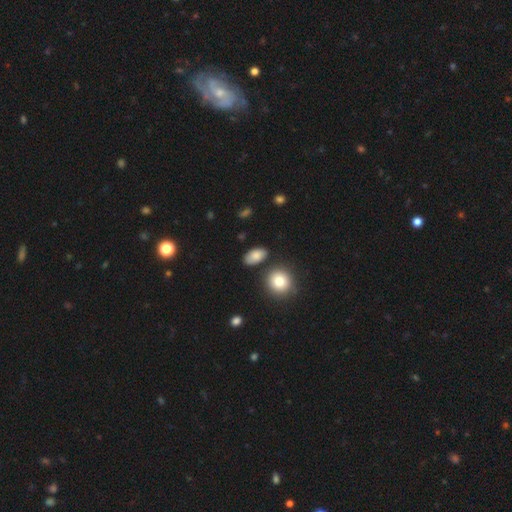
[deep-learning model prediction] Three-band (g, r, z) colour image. It shows a smooth galaxy with no disk features (83%) that is in between round and cigar-shaped (88%). Merging: none (79%).